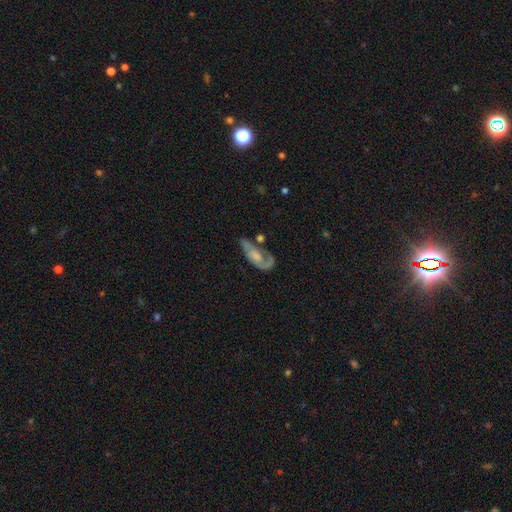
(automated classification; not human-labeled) The model was most divided on "bulge size": moderate: 34%, small: 25%, none: 23%, large: 15%, dominant: 2%. Remaining: edge-on disk — no (93%); spiral arms — yes (79%); bar — no (70%); smooth or featured — featured or disk (66%); merging — none (39%).